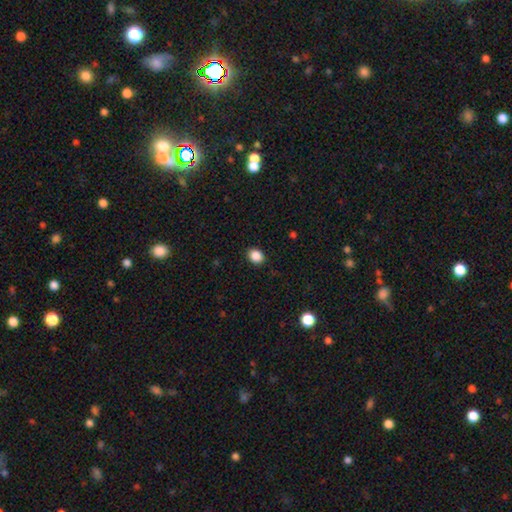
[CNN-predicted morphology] Smooth or featured? Predicted: smooth (p=0.88). How rounded? Predicted: round (p=0.53). Merging? Predicted: none (p=0.90).